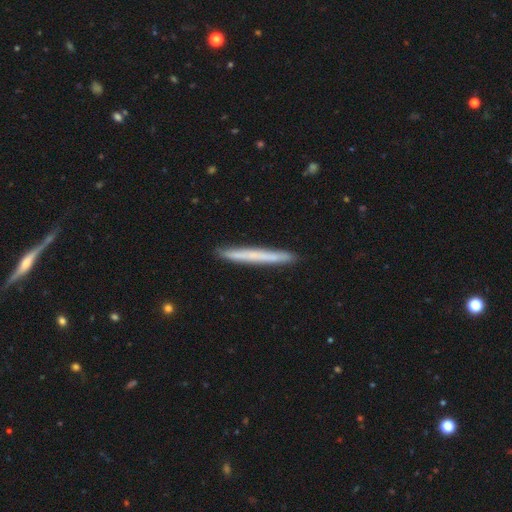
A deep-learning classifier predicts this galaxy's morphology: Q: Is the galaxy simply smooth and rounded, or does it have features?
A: smooth — 60%.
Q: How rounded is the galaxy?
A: cigar-shaped — 97%.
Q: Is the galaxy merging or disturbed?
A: none — 92%.